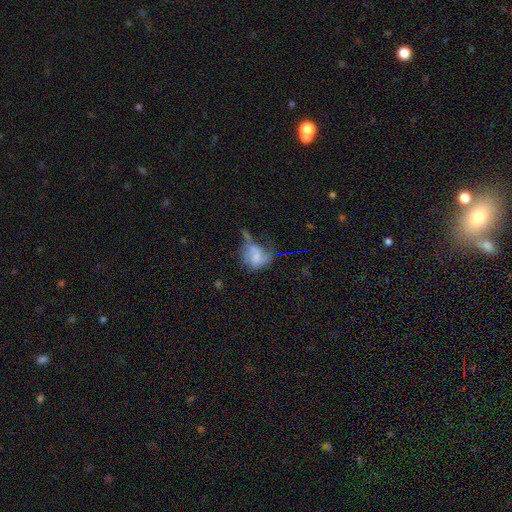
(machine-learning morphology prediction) Smooth or featured? Predicted: smooth (p=0.54). How rounded? Predicted: round (p=0.52). Merging? Predicted: major disturbance (p=0.36).